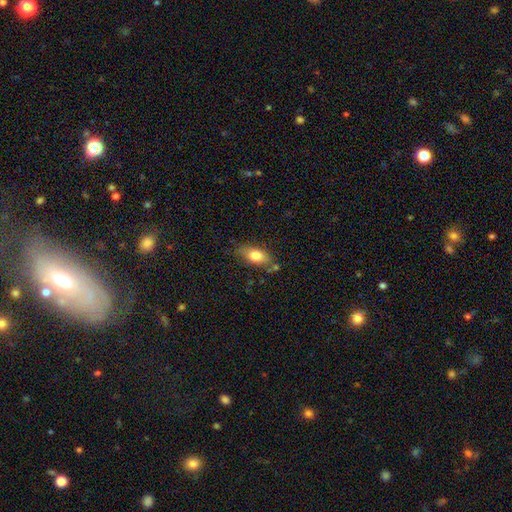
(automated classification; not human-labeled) Q: Smooth or featured?
A: smooth (77%); runner-up: featured or disk (15%)
Q: How rounded?
A: in between (84%); runner-up: cigar-shaped (9%)
Q: Merging?
A: none (68%); runner-up: minor disturbance (21%)